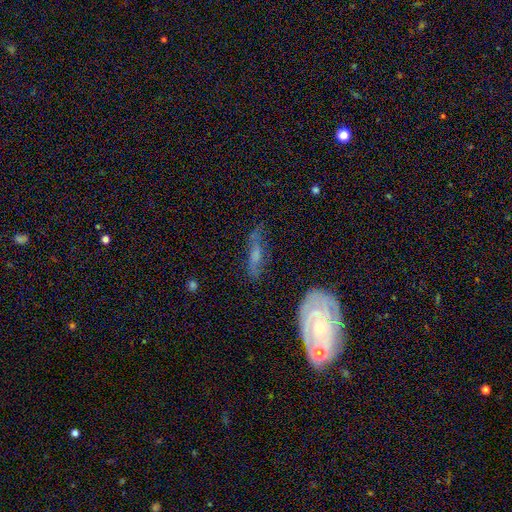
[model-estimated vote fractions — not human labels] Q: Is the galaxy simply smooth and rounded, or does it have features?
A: featured or disk — 52%.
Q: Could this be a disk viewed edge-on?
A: no — 68%.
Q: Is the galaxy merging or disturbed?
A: none — 57%.